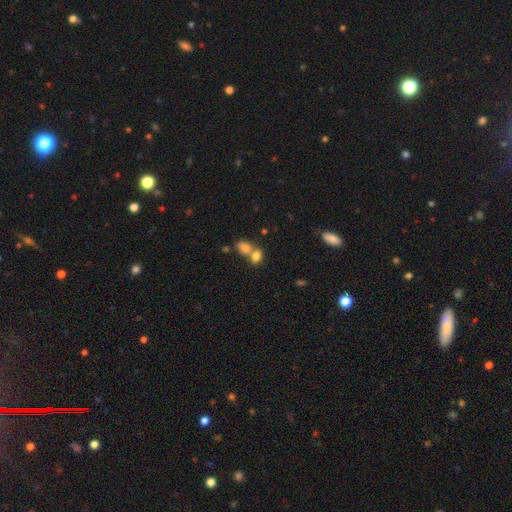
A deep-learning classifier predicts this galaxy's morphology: A smooth galaxy with no disk features (79%) that is in between round and cigar-shaped (72%). Merging: merger (60%).